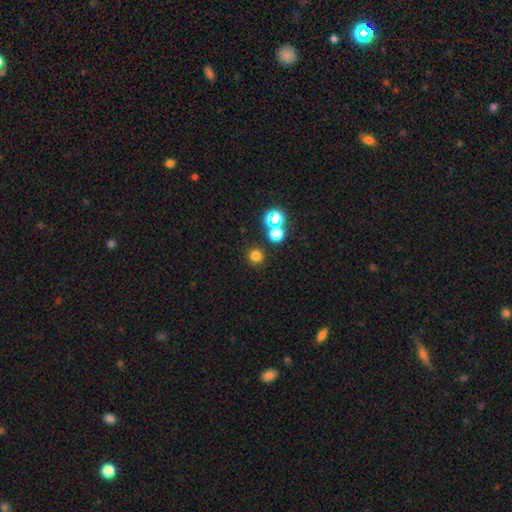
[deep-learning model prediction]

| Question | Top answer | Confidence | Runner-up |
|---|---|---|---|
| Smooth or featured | smooth | 75% | star or artifact (20%) |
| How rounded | round | 94% | in between (5%) |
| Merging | none | 86% | minor disturbance (6%) |